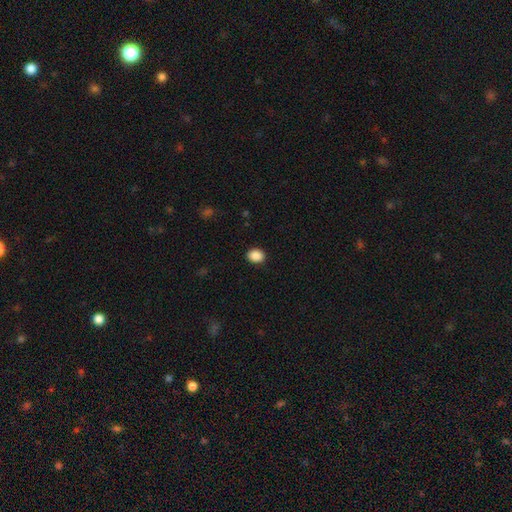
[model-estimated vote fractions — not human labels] Overall: smooth (89%). How rounded: in between (51%; round 48%). Merging: none (90%).